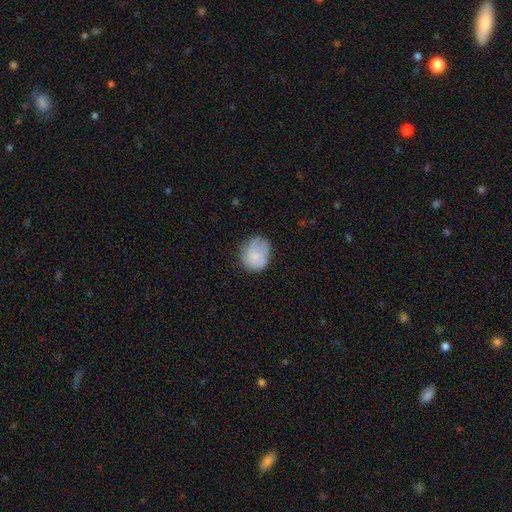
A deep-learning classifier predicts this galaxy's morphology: type=smooth (75%); roundness=round (64%); merging=none (60%).